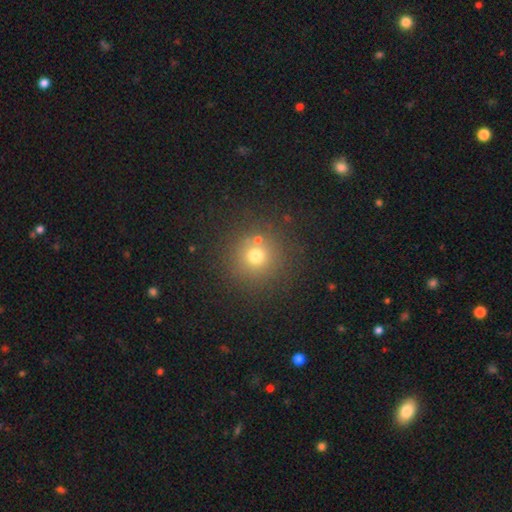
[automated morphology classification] smooth 70%, star or artifact 20%, featured or disk 10%. Down the decision tree: how rounded — round (93%); merging — none (80%).